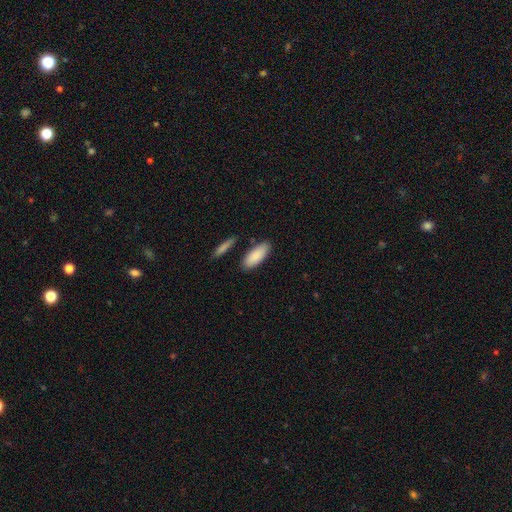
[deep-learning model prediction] Overall: smooth (88%). How rounded: in between (77%). Merging: none (81%).